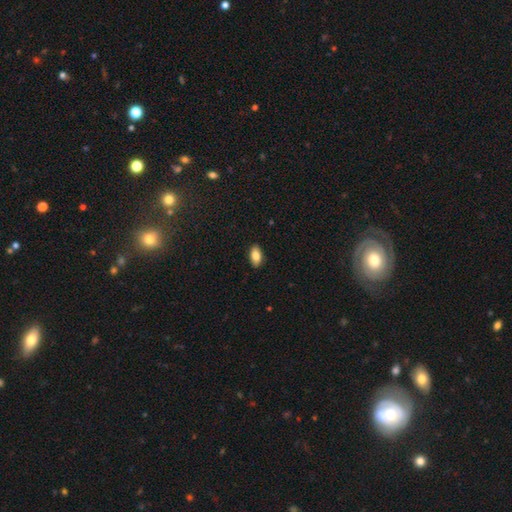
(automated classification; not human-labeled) This appears to be a smooth galaxy with no disk features (83%) that is in between round and cigar-shaped (92%). Merging: none (89%).